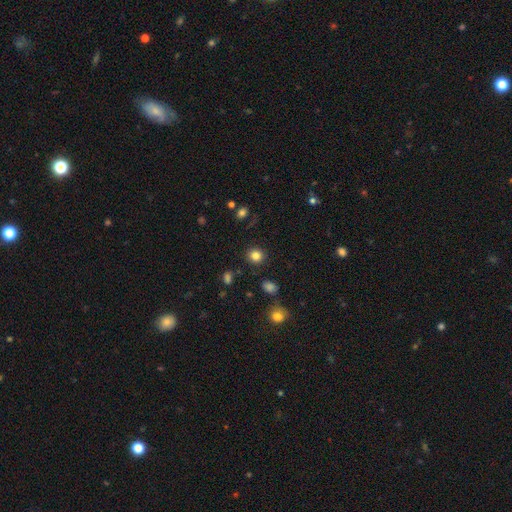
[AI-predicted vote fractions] smooth-or-featured: smooth: 83% | star or artifact: 12% | featured or disk: 6%
  how-rounded: round: 87% | in between: 12% | cigar-shaped: 1%
  merging: none: 90% | minor disturbance: 6% | major disturbance: 2% | merger: 2%